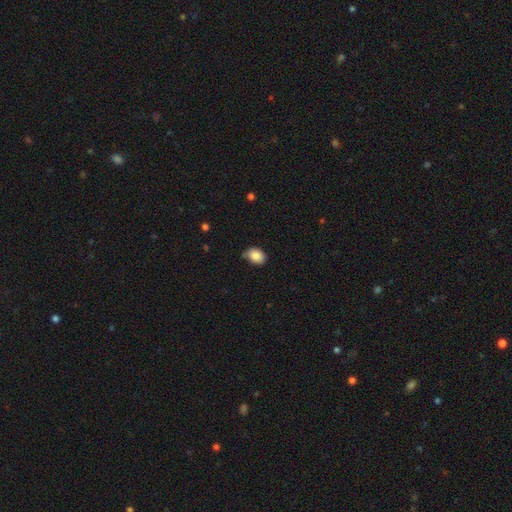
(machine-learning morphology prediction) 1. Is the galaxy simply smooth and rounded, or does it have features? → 87% smooth, 8% star or artifact, 5% featured or disk.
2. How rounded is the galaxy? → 69% in between, 30% round, 1% cigar-shaped.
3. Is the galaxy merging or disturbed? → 69% none, 25% minor disturbance, 4% major disturbance, 3% merger.